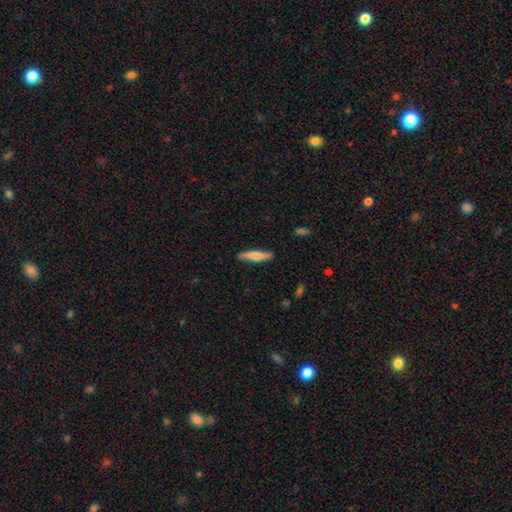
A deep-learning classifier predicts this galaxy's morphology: This appears to be a smooth galaxy with no disk features (62%) that is cigar-shaped (84%). Merging: none (87%).